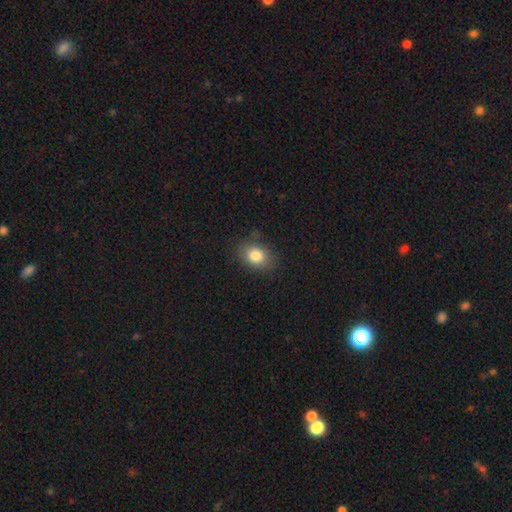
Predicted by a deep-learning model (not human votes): A smooth galaxy with no disk features (84%) that is in between round and cigar-shaped (73%). Merging: none (81%).